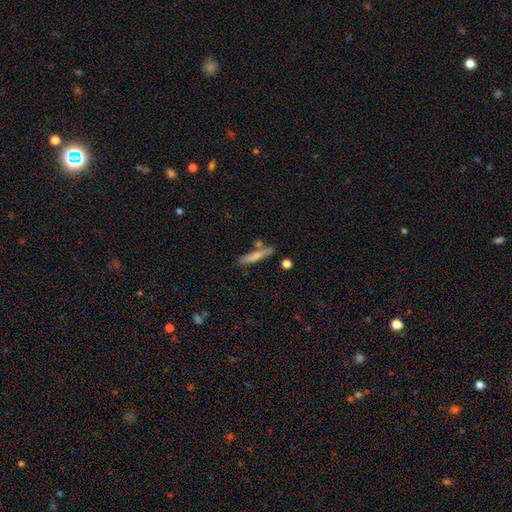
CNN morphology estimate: Q: Smooth or featured?
A: smooth (70%); runner-up: featured or disk (23%)
Q: How rounded?
A: cigar-shaped (88%); runner-up: in between (10%)
Q: Merging?
A: none (70%); runner-up: minor disturbance (15%)